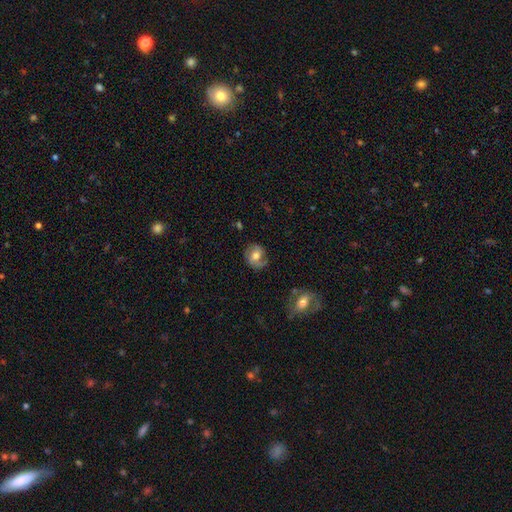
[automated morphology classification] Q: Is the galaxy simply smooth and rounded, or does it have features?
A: featured or disk — 49%.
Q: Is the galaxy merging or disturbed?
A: none — 70%.